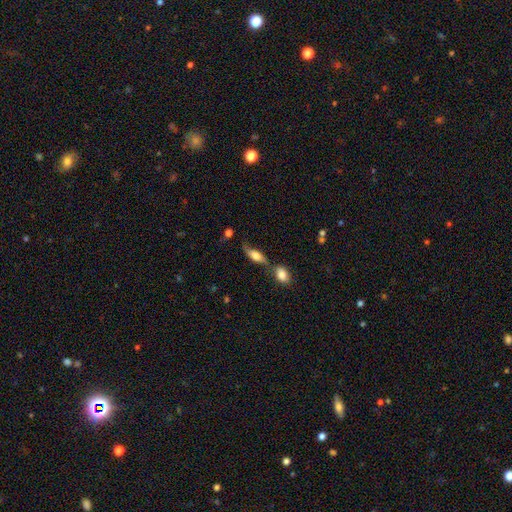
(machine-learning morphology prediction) This appears to be a smooth galaxy with no disk features (56%) that is in between round and cigar-shaped (67%). Merging: none (46%).